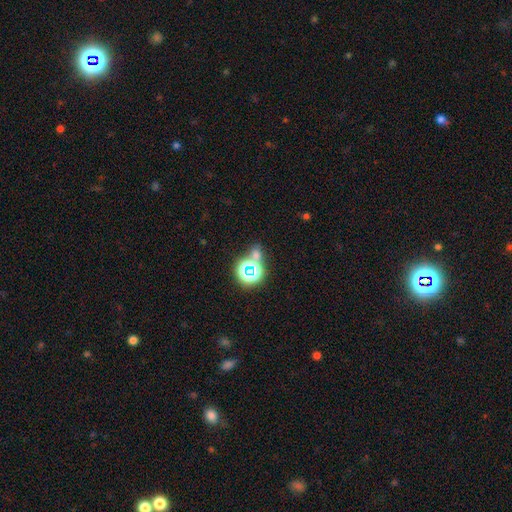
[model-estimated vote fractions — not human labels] Smooth or featured?
  - star or artifact: 51% *
  - smooth: 41%
  - featured or disk: 9%